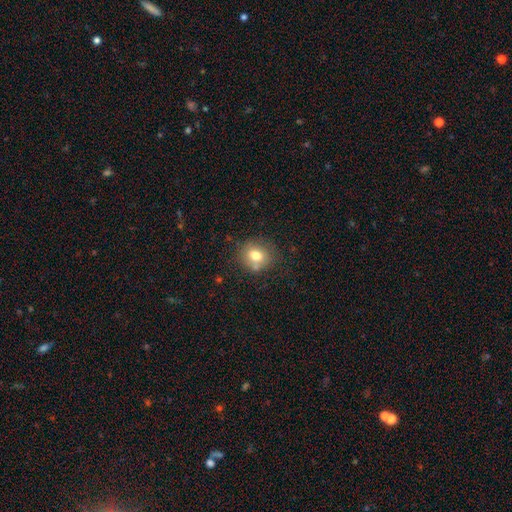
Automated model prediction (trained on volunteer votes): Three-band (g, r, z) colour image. It shows a smooth galaxy with no disk features (75%) that is round (73%). Merging: none (71%).